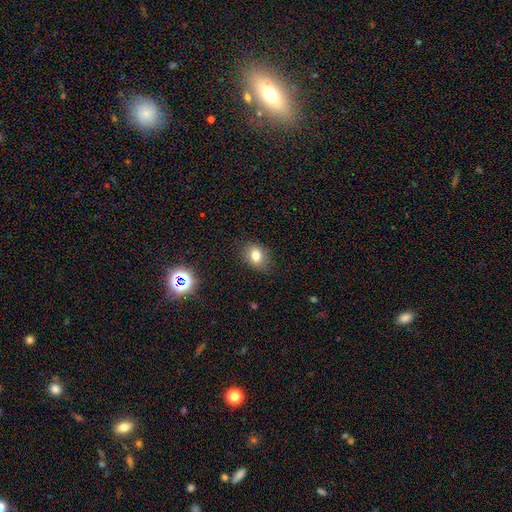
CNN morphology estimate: Overall: smooth (78%). How rounded: in between (62%; round 37%). Merging: none (81%).